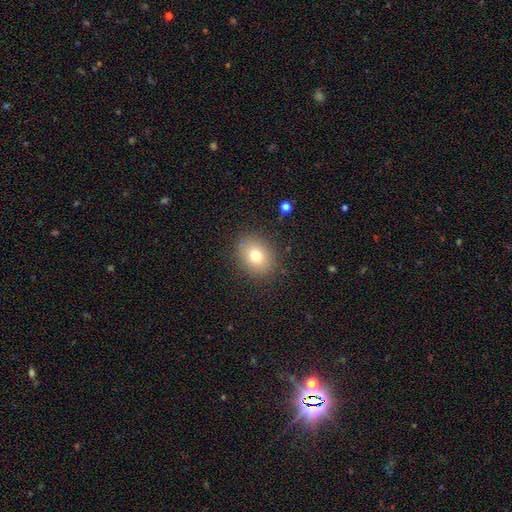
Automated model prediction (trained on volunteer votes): Smooth or featured: smooth — 75% (featured or disk — 13%)
How rounded: in between — 53% (round — 46%)
Merging: none — 86% (minor disturbance — 10%)